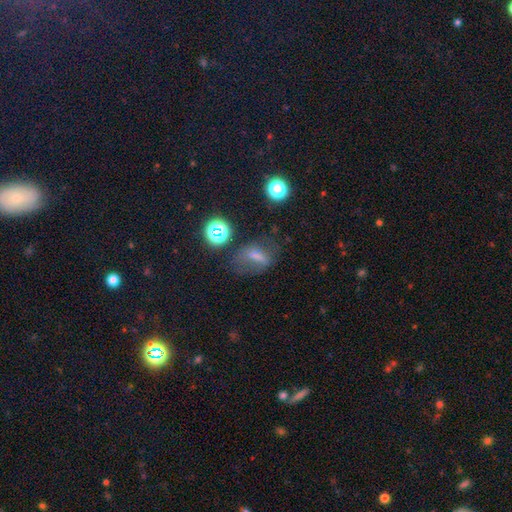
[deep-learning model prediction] smooth 47%, featured or disk 28%, star or artifact 25%. Down the decision tree: merging — none (52%).